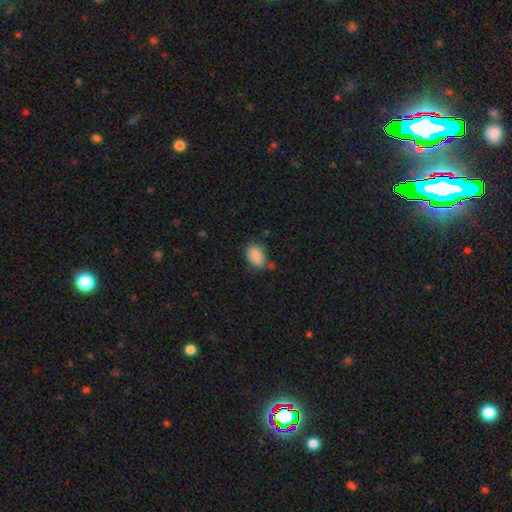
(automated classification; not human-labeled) smooth 87%, star or artifact 8%, featured or disk 5%. Down the decision tree: how rounded — in between (82%); merging — none (66%).